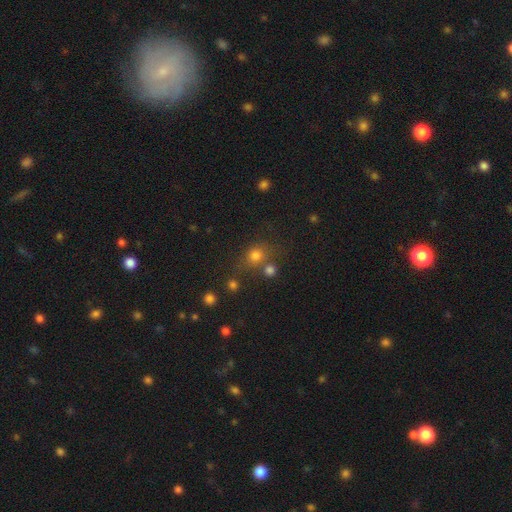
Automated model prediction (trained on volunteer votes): Smooth or featured?
  - smooth: 76% *
  - star or artifact: 17%
  - featured or disk: 8%
How rounded?
  - round: 81% *
  - in between: 18%
  - cigar-shaped: 1%
Merging?
  - none: 60% *
  - merger: 22%
  - minor disturbance: 12%
  - major disturbance: 6%